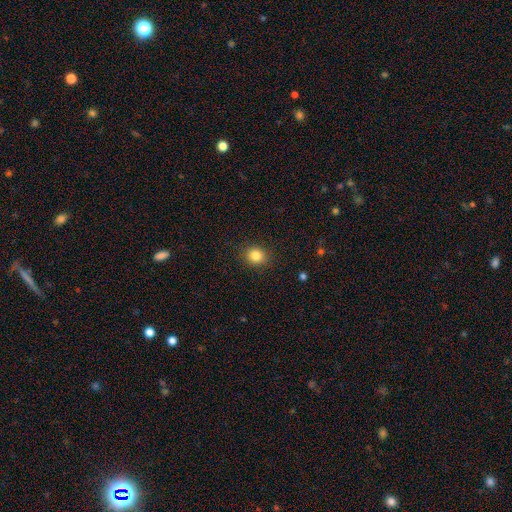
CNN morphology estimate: The model was most divided on "how rounded": round: 82%, in between: 17%, cigar-shaped: 1%. More confident: merging — none (90%); smooth or featured — smooth (83%).